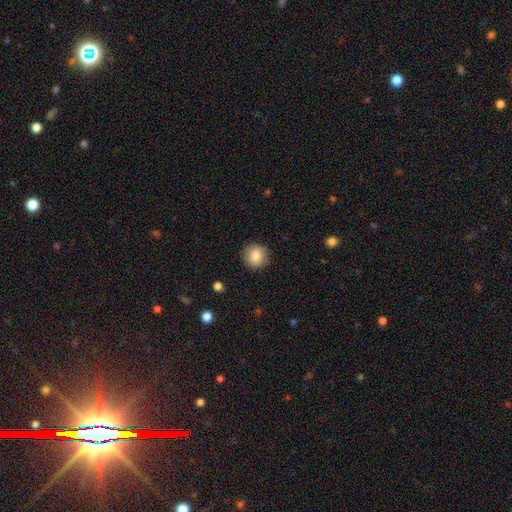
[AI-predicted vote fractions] A smooth galaxy with no disk features (84%) that is round (92%). Merging: none (89%).